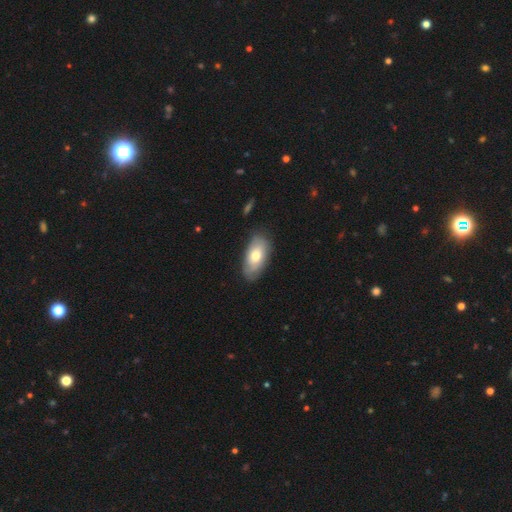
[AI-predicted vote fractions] Smooth or featured?
  - smooth: 70% *
  - featured or disk: 25%
  - star or artifact: 6%
How rounded?
  - in between: 92% *
  - cigar-shaped: 5%
  - round: 3%
Merging?
  - none: 77% *
  - minor disturbance: 18%
  - major disturbance: 4%
  - merger: 2%